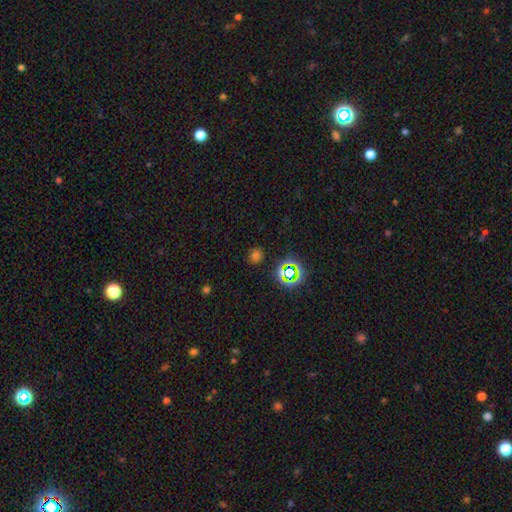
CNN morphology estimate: smooth_or_featured: smooth (p=0.58) [alt: star or artifact p=0.36]
how_rounded: round (p=0.80) [alt: in between p=0.19]
merging: none (p=0.85) [alt: minor disturbance p=0.09]